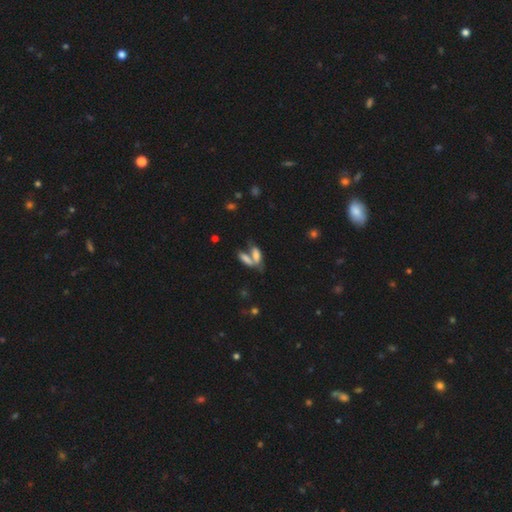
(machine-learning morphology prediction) This is likely a smooth galaxy (67%). How rounded: likely in between (68%). Merging: possibly merger (57%).